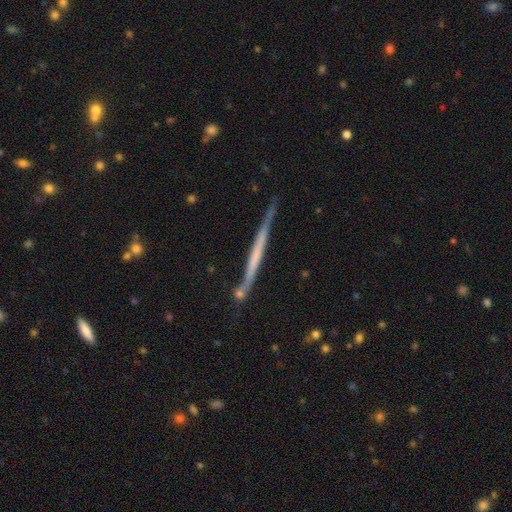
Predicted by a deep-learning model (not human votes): This appears to be a featured or disk galaxy (65%) viewed edge-on (96%) with no central bulge (82%). Merging: none (76%).